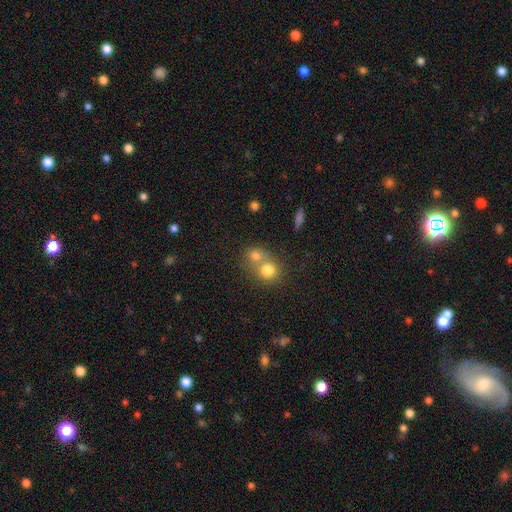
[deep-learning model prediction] This appears to be a smooth galaxy with no disk features (75%) that is round (78%). Merging: merger (59%).